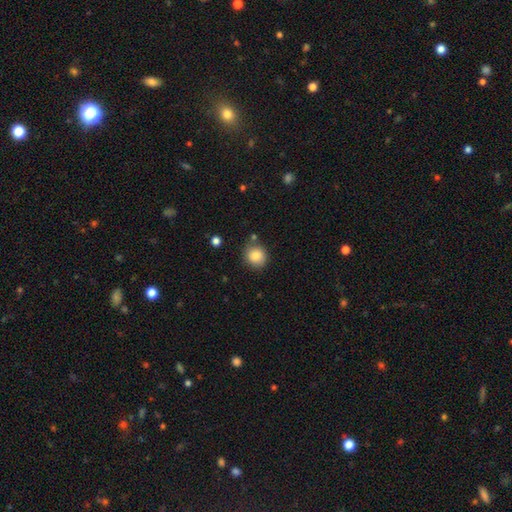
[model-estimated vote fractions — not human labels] smooth_or_featured: smooth (p=0.84) [alt: star or artifact p=0.09]
how_rounded: round (p=0.83) [alt: in between p=0.16]
merging: none (p=0.78) [alt: minor disturbance p=0.13]